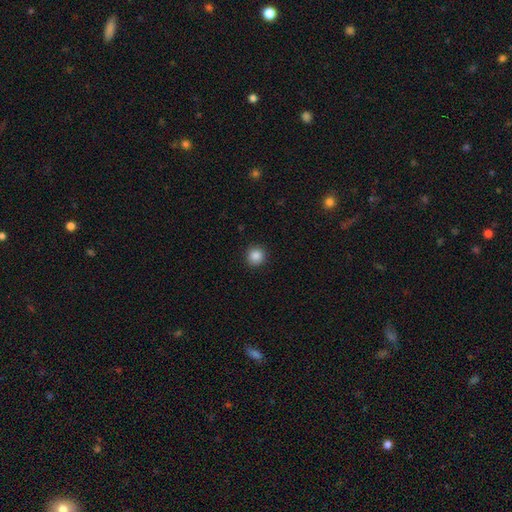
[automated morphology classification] Smooth or featured? smooth (87%)
How rounded? round (94%)
Merging? none (92%)